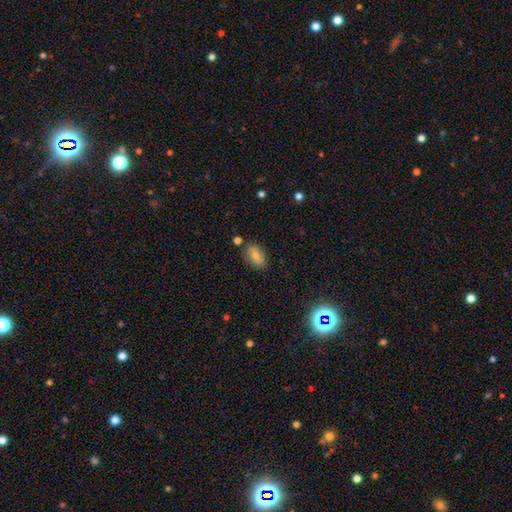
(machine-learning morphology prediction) Overall: smooth (75%). How rounded: in between (87%). Merging: none (80%).